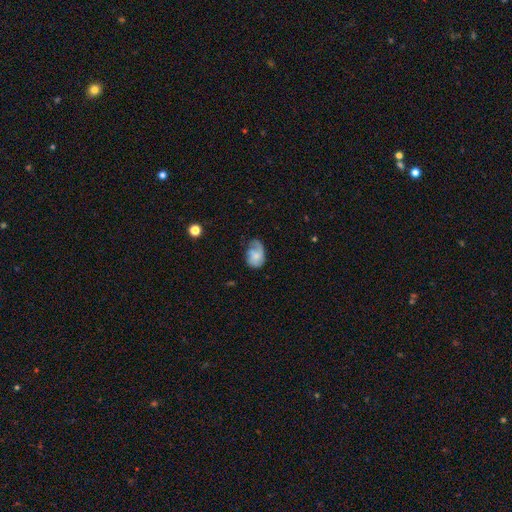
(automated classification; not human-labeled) Smooth or featured?
  - smooth: 50% *
  - featured or disk: 42%
  - star or artifact: 8%
How rounded?
  - in between: 78% *
  - round: 21%
  - cigar-shaped: 1%
Merging?
  - none: 40% *
  - minor disturbance: 34%
  - major disturbance: 24%
  - merger: 2%